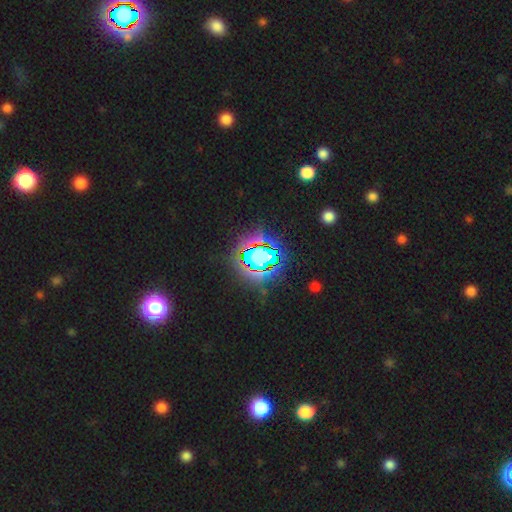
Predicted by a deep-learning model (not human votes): Smooth or featured: star or artifact — 72% (smooth — 15%)